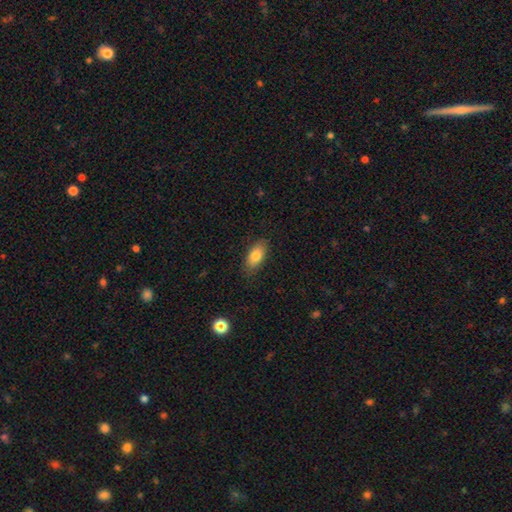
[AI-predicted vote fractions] Smooth or featured? Predicted: smooth (p=0.81). How rounded? Predicted: in between (p=0.88). Merging? Predicted: none (p=0.84).